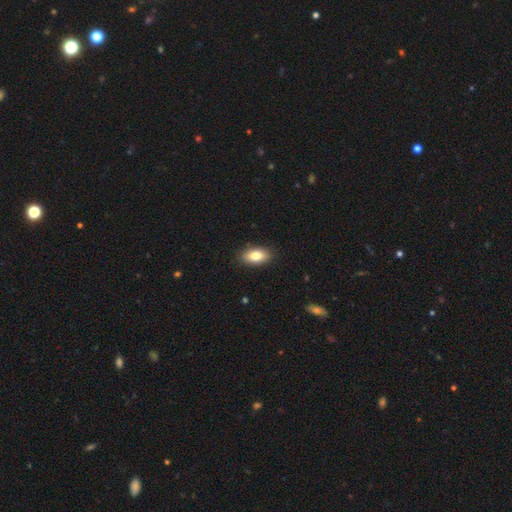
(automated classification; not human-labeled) A smooth galaxy with no disk features (81%) that is in between round and cigar-shaped (91%).

Vote fractions:
- Smooth or featured? smooth: 81% / featured or disk: 11% / star or artifact: 7%
- How rounded? in between: 91% / round: 5% / cigar-shaped: 4%
- Merging? none: 88% / minor disturbance: 9% / major disturbance: 2% / merger: 1%